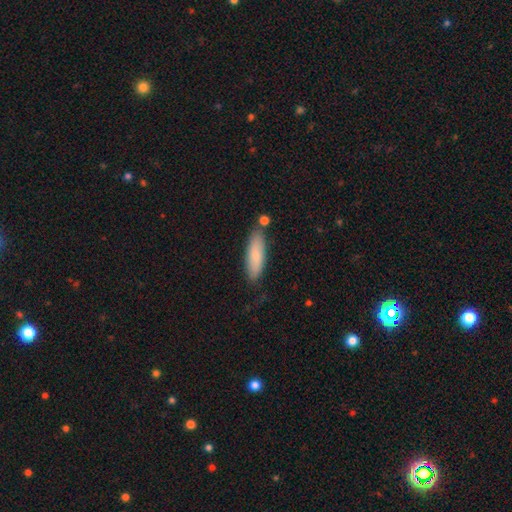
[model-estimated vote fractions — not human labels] This appears to be a smooth galaxy with no disk features (80%) that is cigar-shaped (56%). Merging: none (78%).